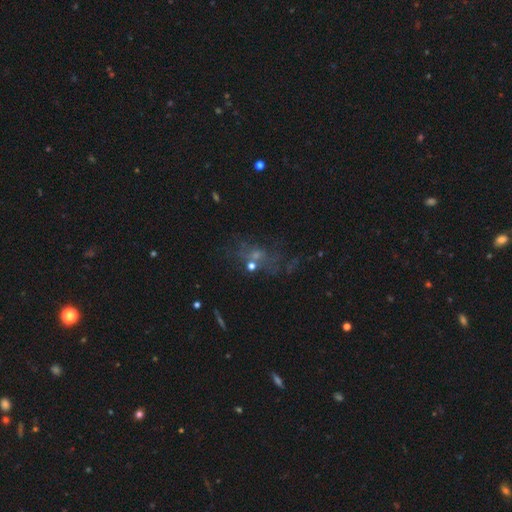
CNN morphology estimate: A star or artifact, not a galaxy (38%).

Vote fractions:
- Smooth or featured? star or artifact: 38% / featured or disk: 35% / smooth: 28%